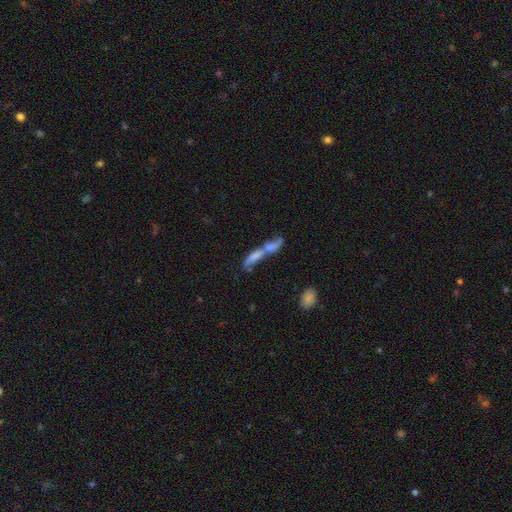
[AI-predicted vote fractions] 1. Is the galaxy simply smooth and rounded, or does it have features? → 44% smooth, 43% featured or disk, 14% star or artifact.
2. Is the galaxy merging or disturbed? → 57% merger, 23% none, 10% major disturbance, 10% minor disturbance.